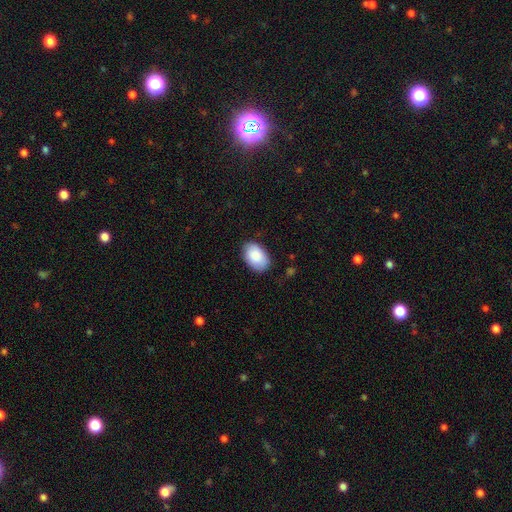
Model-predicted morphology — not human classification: A smooth galaxy with no disk features (86%) that is in between round and cigar-shaped (91%).

Vote fractions:
- Smooth or featured? smooth: 86% / featured or disk: 8% / star or artifact: 6%
- How rounded? in between: 91% / round: 8% / cigar-shaped: 1%
- Merging? none: 80% / minor disturbance: 16% / major disturbance: 3% / merger: 1%